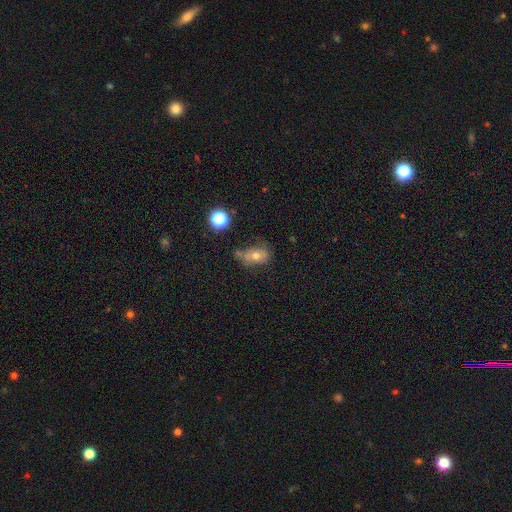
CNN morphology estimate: Q: Smooth or featured?
A: smooth (56%); runner-up: featured or disk (27%)
Q: How rounded?
A: in between (68%); runner-up: round (30%)
Q: Merging?
A: none (47%); runner-up: minor disturbance (27%)